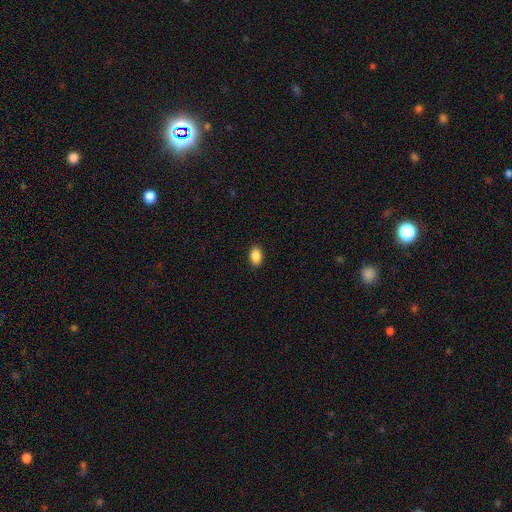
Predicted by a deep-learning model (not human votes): This is clearly a smooth galaxy (89%). How rounded: clearly in between (89%). Merging: clearly none (90%).